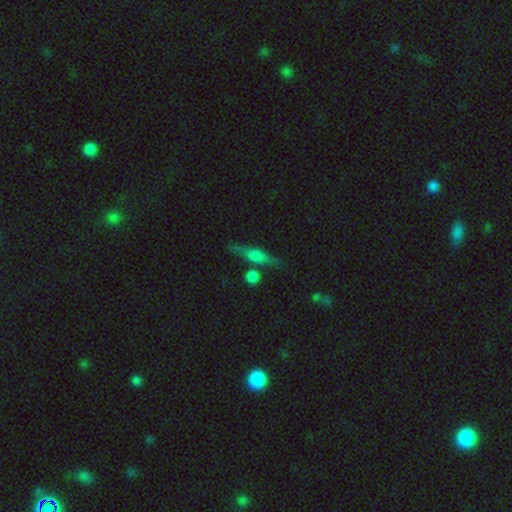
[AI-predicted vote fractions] Smooth or featured? Predicted: featured or disk (p=0.55). Edge-on disk? Predicted: yes (p=0.91). Edge-on bulge? Predicted: rounded (p=0.73). Merging? Predicted: none (p=0.75).